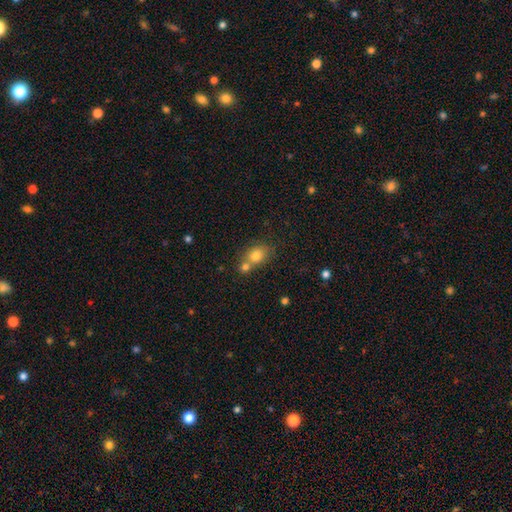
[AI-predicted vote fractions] A smooth galaxy with no disk features (80%) that is round (50%).

Vote fractions:
- Smooth or featured? smooth: 80% / featured or disk: 10% / star or artifact: 10%
- How rounded? round: 50% / in between: 49% / cigar-shaped: 1%
- Merging? none: 43% (tied) / merger: 43% (tied) / minor disturbance: 10% / major disturbance: 4%